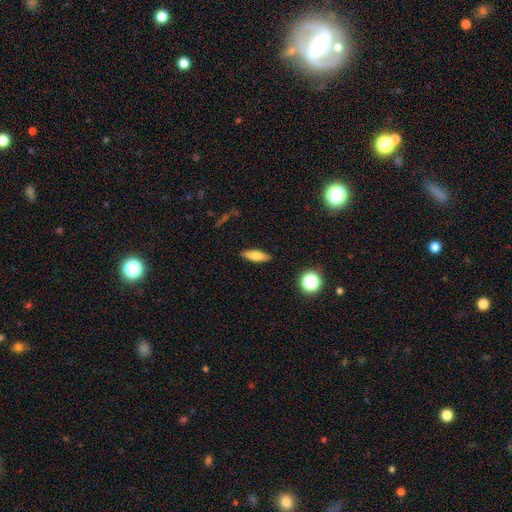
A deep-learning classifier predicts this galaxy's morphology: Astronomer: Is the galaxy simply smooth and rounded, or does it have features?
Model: smooth — 69%.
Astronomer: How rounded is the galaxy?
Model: in between — 49% (runner-up: cigar-shaped, 48%).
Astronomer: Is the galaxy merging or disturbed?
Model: none — 89%.